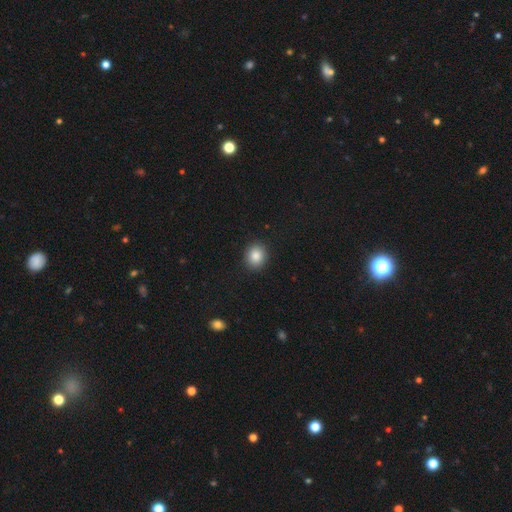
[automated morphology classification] The model was most divided on "how rounded": round: 76%, in between: 23%, cigar-shaped: 1%. More confident: merging — none (91%); smooth or featured — smooth (86%).